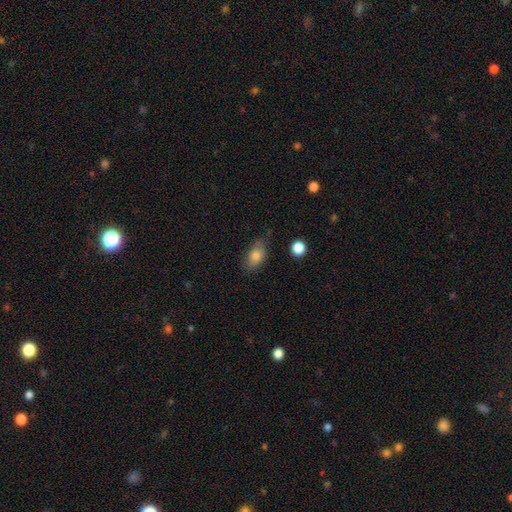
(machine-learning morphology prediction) Q: Smooth or featured?
A: smooth (79%); runner-up: featured or disk (12%)
Q: How rounded?
A: in between (86%); runner-up: round (11%)
Q: Merging?
A: none (68%); runner-up: minor disturbance (24%)